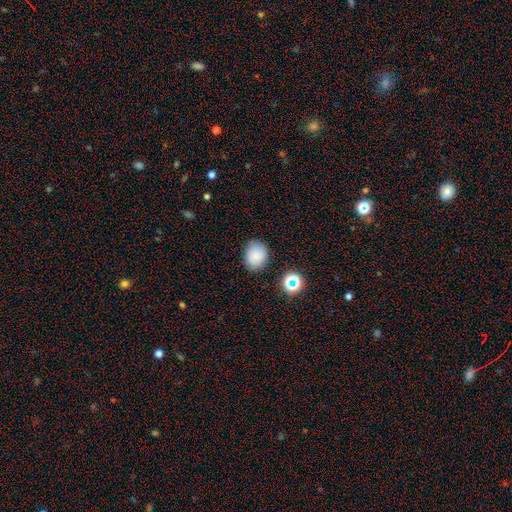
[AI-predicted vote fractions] This appears to be a smooth galaxy with no disk features (80%) that is round (60%). Merging: none (82%).